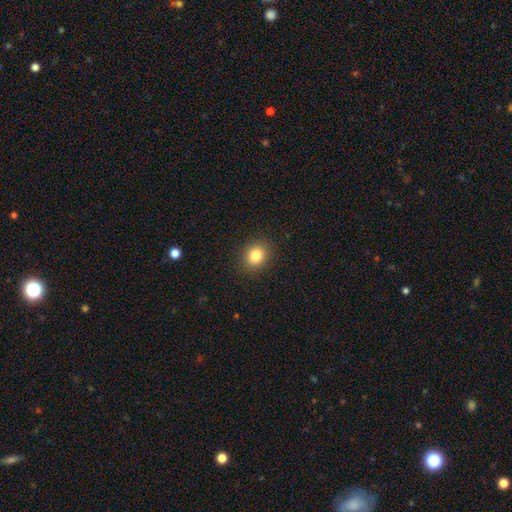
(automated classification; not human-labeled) A smooth galaxy with no disk features (83%) that is round (59%).

Vote fractions:
- Smooth or featured? smooth: 83% / star or artifact: 11% / featured or disk: 6%
- How rounded? round: 59% / in between: 40% / cigar-shaped: 1%
- Merging? none: 89% / minor disturbance: 7% / major disturbance: 2% / merger: 1%